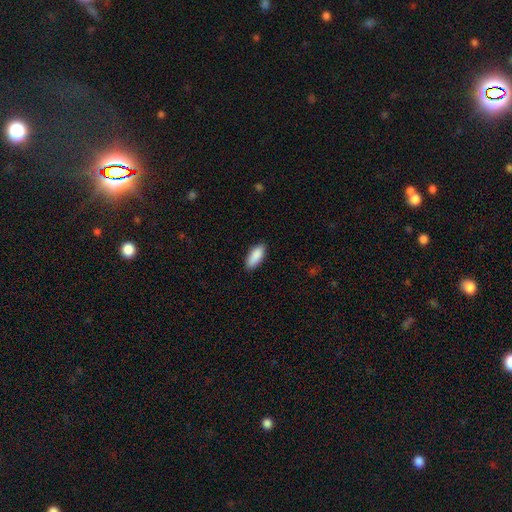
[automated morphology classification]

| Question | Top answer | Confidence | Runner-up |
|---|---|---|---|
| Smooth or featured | smooth | 90% | star or artifact (6%) |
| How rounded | in between | 82% | cigar-shaped (17%) |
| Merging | none | 88% | minor disturbance (10%) |